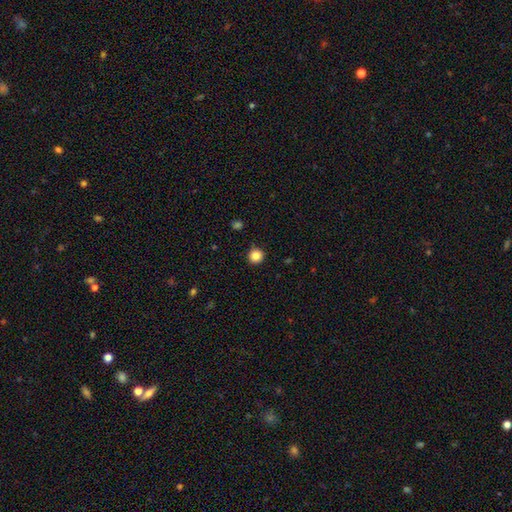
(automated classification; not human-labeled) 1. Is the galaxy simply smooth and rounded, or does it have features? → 86% smooth, 11% star or artifact, 4% featured or disk.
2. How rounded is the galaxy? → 94% round, 5% in between, 1% cigar-shaped.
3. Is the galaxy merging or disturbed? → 88% none, 9% minor disturbance, 2% major disturbance, 1% merger.